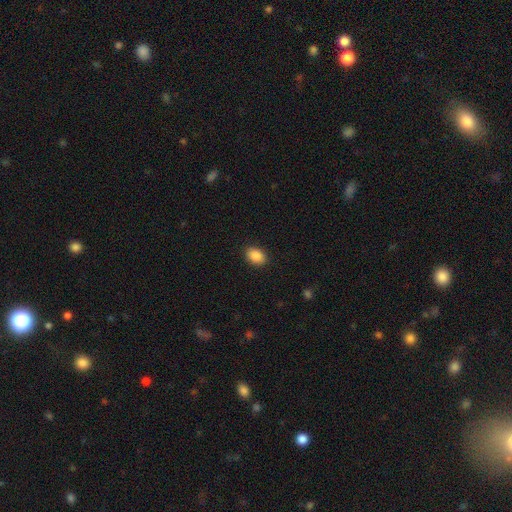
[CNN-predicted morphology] Smooth or featured? Predicted: smooth (p=0.88). How rounded? Predicted: in between (p=0.75). Merging? Predicted: none (p=0.89).